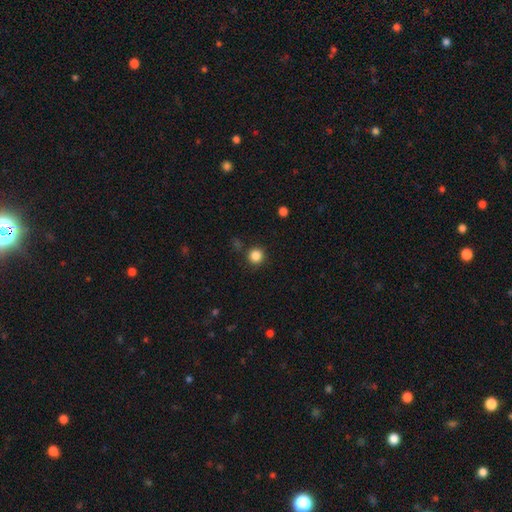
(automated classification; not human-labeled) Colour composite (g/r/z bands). It shows a smooth galaxy with no disk features (85%) that is round (94%). Merging: none (87%).